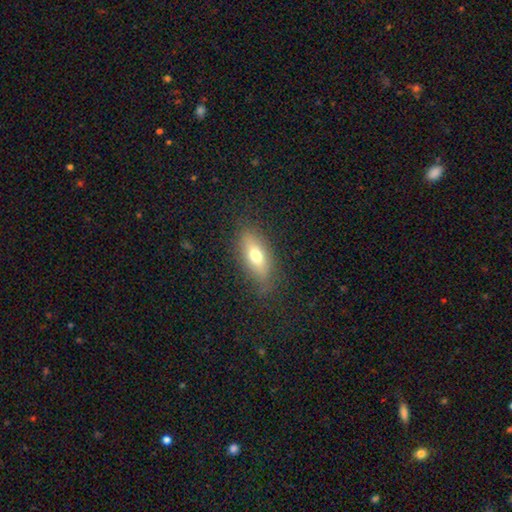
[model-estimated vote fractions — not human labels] This is likely a smooth galaxy (65%). How rounded: likely in between (74%). Merging: clearly none (80%).